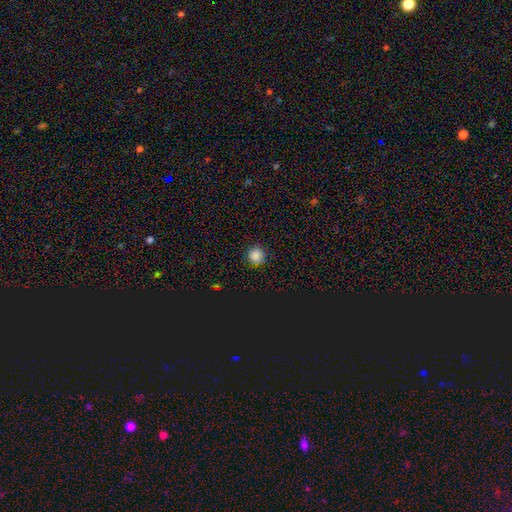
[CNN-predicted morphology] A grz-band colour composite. It shows a smooth galaxy with no disk features (82%) that is round (93%). Merging: none (89%).